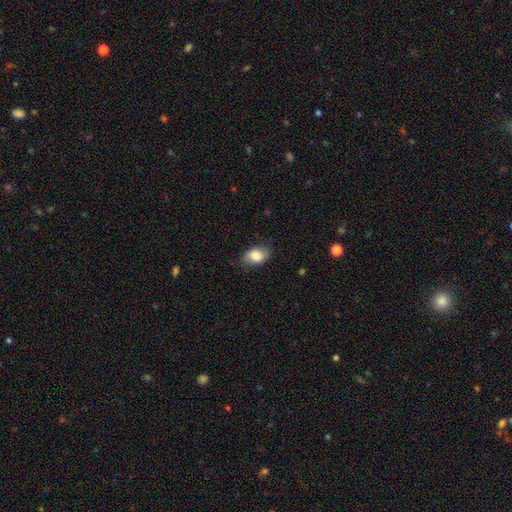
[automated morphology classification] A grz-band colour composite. It shows a smooth galaxy with no disk features (85%) that is in between round and cigar-shaped (86%). Merging: none (79%).